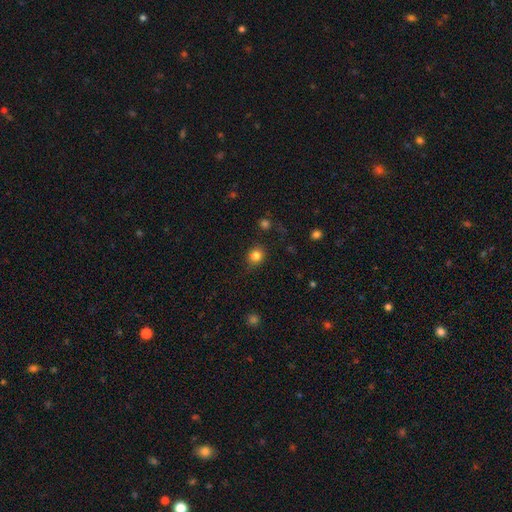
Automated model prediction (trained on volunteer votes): Overall: smooth (84%). How rounded: round (80%). Merging: none (81%).